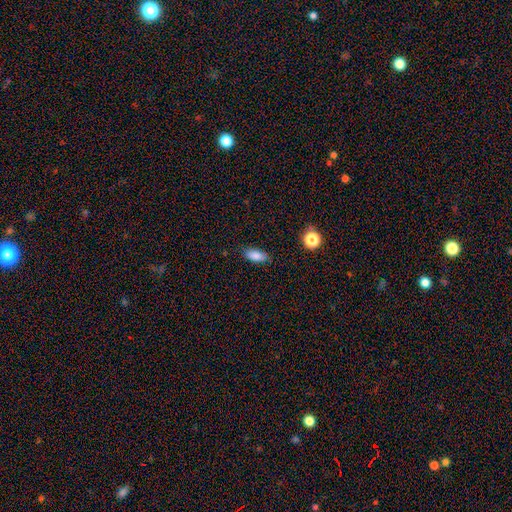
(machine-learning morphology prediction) smooth_or_featured: smooth (p=0.85) [alt: star or artifact p=0.09]
how_rounded: in between (p=0.83) [alt: cigar-shaped p=0.14]
merging: none (p=0.84) [alt: minor disturbance p=0.12]